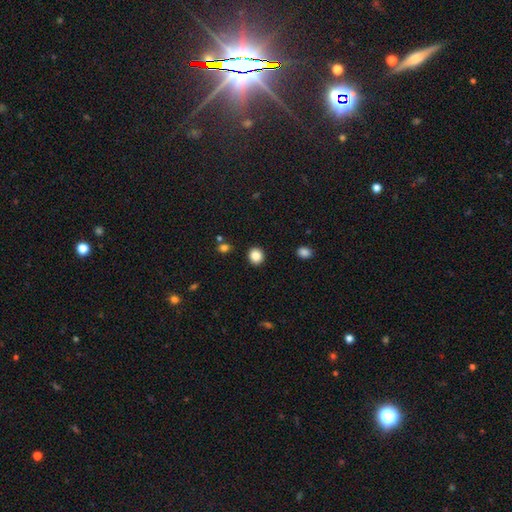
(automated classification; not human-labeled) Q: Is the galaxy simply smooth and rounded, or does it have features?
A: smooth — 86%.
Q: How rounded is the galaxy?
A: round — 80%.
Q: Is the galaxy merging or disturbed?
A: none — 91%.